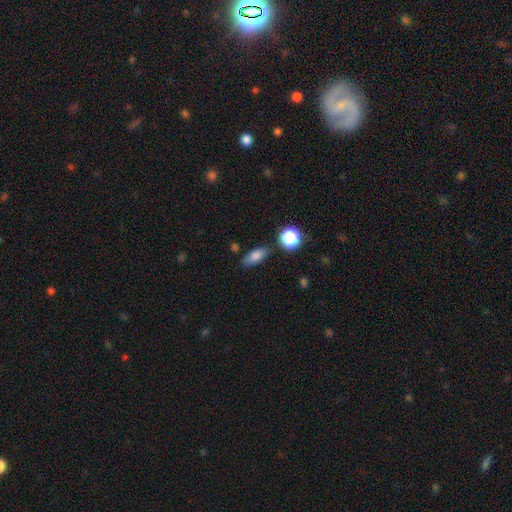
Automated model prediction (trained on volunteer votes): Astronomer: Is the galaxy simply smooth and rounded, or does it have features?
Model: smooth — 80%.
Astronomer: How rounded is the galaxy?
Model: in between — 74%.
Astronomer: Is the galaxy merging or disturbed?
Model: none — 80%.